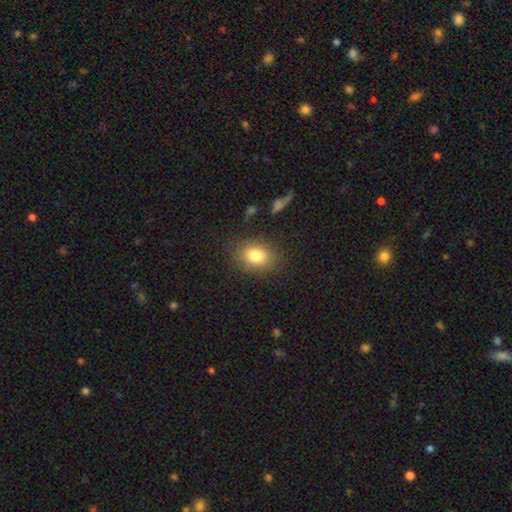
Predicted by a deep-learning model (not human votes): The model was most divided on "how rounded": in between: 70%, round: 28%, cigar-shaped: 1%. More confident: merging — none (83%); smooth or featured — smooth (81%).